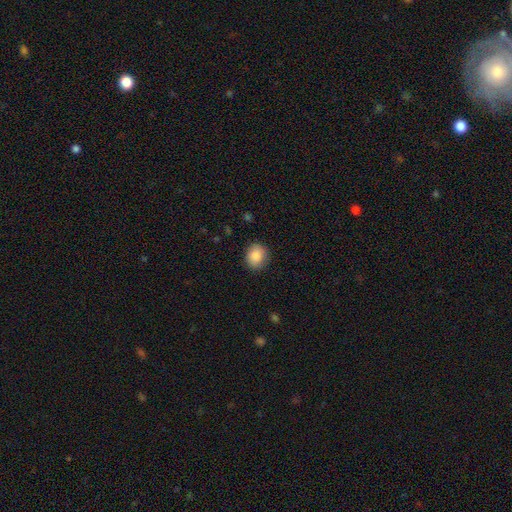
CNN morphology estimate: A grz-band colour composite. It shows a smooth galaxy with no disk features (87%) that is round (70%). Merging: none (86%).